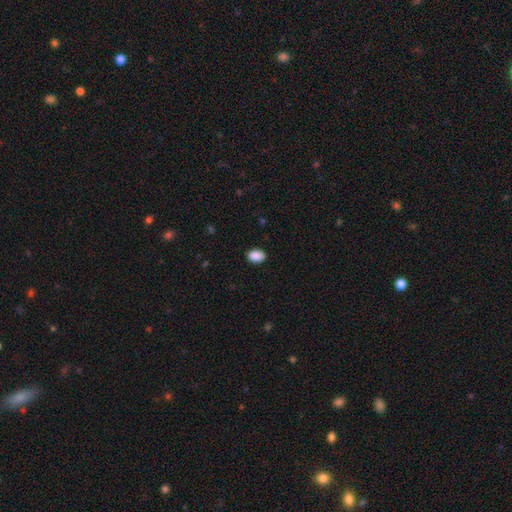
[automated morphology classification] smooth 90%, star or artifact 8%, featured or disk 3%. Down the decision tree: how rounded — in between (82%); merging — none (88%).